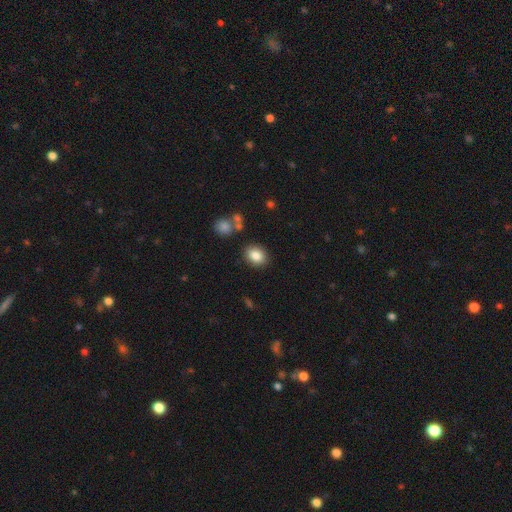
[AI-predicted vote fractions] Overall: smooth (83%). How rounded: in between (60%; round 39%). Merging: none (84%).